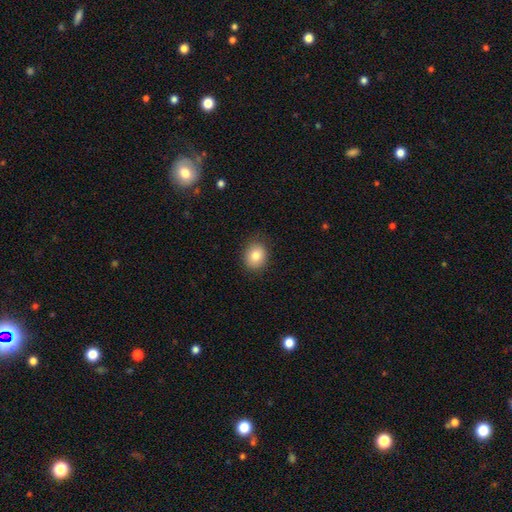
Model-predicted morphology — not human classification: Smooth or featured: smooth — 81% (featured or disk — 10%)
How rounded: round — 64% (in between — 36%)
Merging: none — 85% (minor disturbance — 12%)